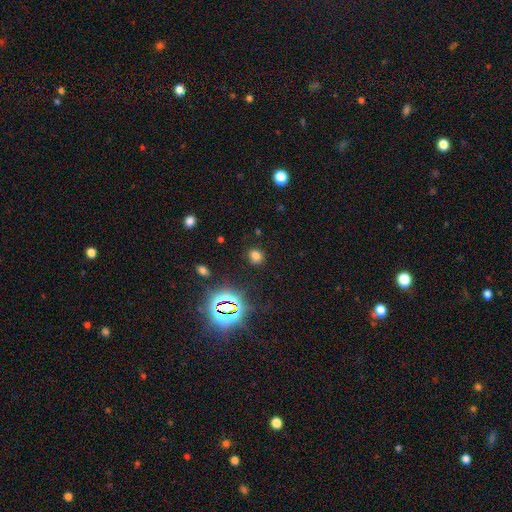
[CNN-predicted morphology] A smooth galaxy with no disk features (68%) that is round (71%).

Vote fractions:
- Smooth or featured? smooth: 68% / star or artifact: 26% / featured or disk: 6%
- How rounded? round: 71% / in between: 28% / cigar-shaped: 1%
- Merging? none: 86% / minor disturbance: 9% / major disturbance: 3% / merger: 2%